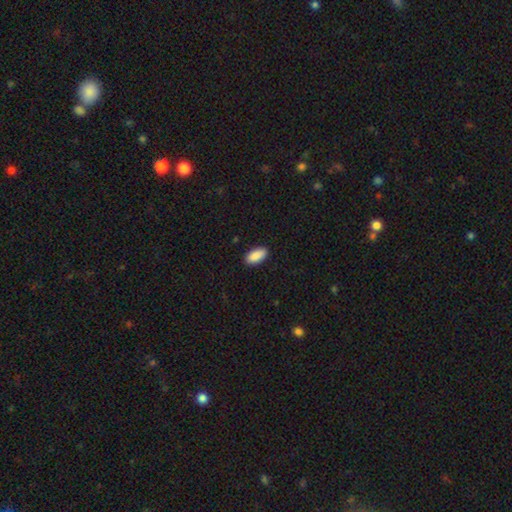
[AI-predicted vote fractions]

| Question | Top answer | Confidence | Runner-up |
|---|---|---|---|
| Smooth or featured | smooth | 90% | star or artifact (6%) |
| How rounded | in between | 92% | cigar-shaped (6%) |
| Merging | none | 90% | minor disturbance (8%) |